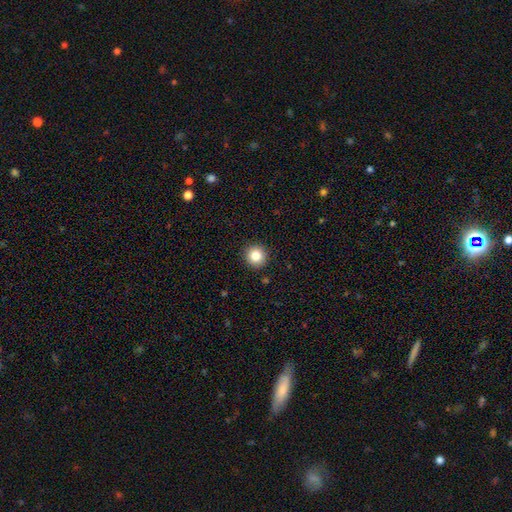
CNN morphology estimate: Q: Smooth or featured?
A: smooth (84%); runner-up: star or artifact (11%)
Q: How rounded?
A: round (95%); runner-up: in between (5%)
Q: Merging?
A: none (92%); runner-up: minor disturbance (5%)